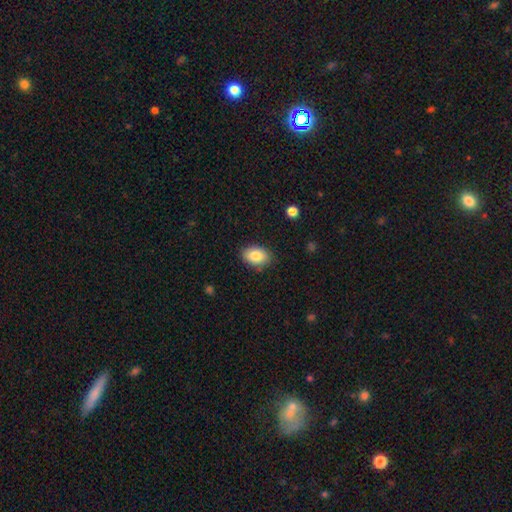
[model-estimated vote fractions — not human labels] A smooth galaxy with no disk features (84%) that is in between round and cigar-shaped (83%). Merging: none (84%).